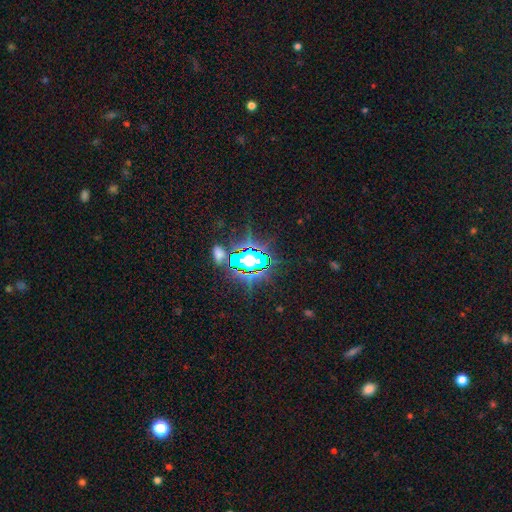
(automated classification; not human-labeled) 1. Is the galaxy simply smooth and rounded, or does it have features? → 78% star or artifact, 12% smooth, 10% featured or disk.